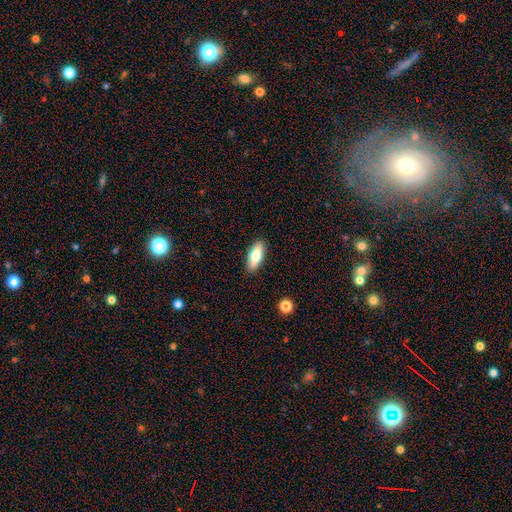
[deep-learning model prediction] smooth 73%, featured or disk 21%, star or artifact 6%. Down the decision tree: how rounded — in between (70%); merging — none (89%).